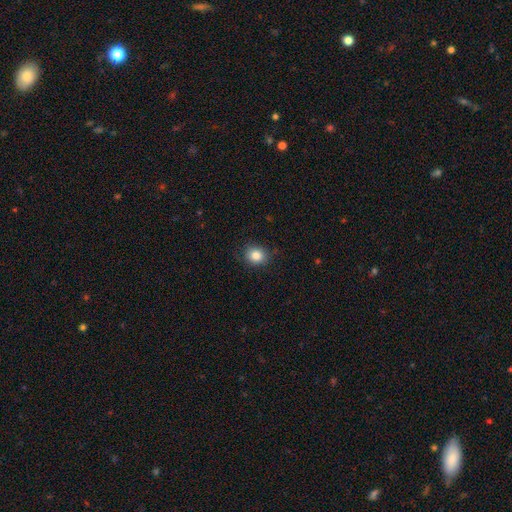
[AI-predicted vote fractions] This is clearly a smooth galaxy (85%). How rounded: likely round (72%). Merging: clearly none (85%).